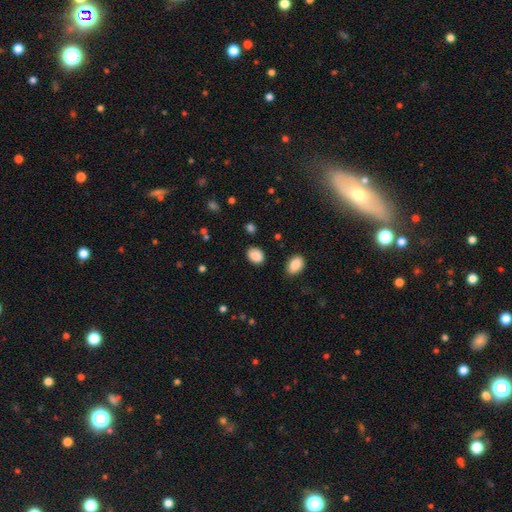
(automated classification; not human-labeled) Overall: smooth (88%). How rounded: in between (69%). Merging: none (83%).